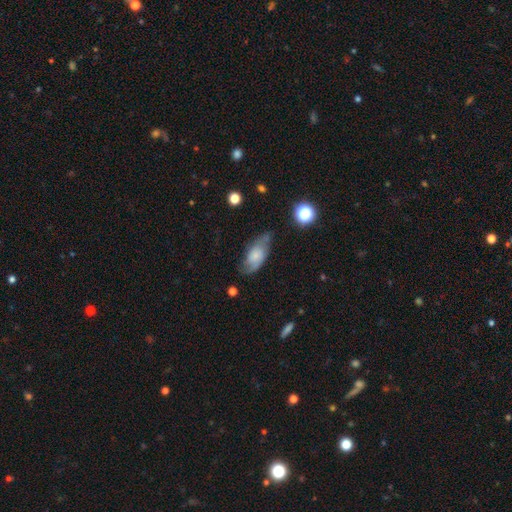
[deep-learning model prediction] This appears to be a featured or disk galaxy (50%). Merging: none (57%).